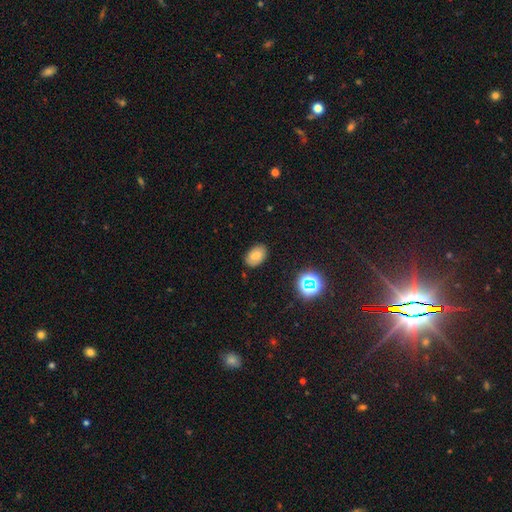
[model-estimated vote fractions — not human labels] A smooth galaxy with no disk features (67%) that is in between round and cigar-shaped (86%). Merging: none (83%).